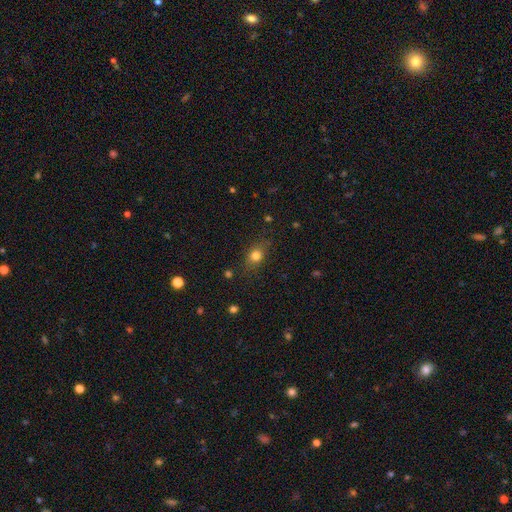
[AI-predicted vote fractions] A smooth galaxy with no disk features (77%) that is in between round and cigar-shaped (55%). Merging: none (78%).